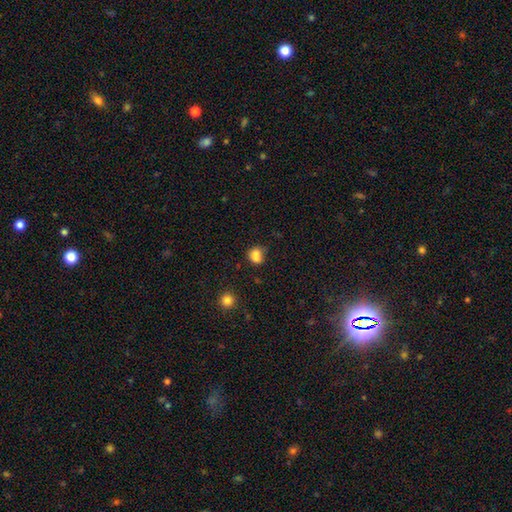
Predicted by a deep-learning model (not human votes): Smooth or featured? Predicted: smooth (p=0.77). How rounded? Predicted: round (p=0.61). Merging? Predicted: none (p=0.46).